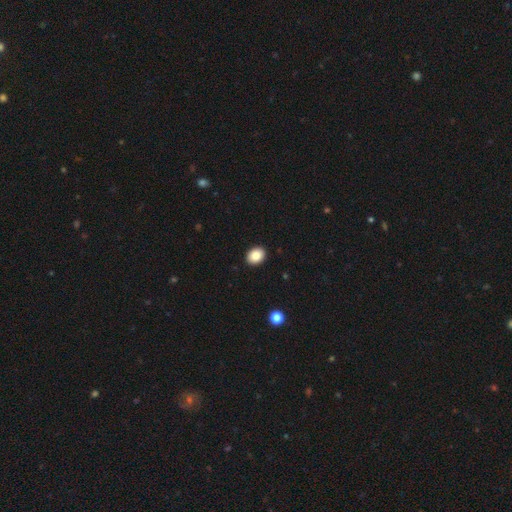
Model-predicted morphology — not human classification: Smooth or featured?
  - smooth: 86% *
  - star or artifact: 8%
  - featured or disk: 6%
How rounded?
  - in between: 60% *
  - round: 40%
  - cigar-shaped: 1%
Merging?
  - none: 92% *
  - minor disturbance: 6%
  - major disturbance: 2%
  - merger: 1%